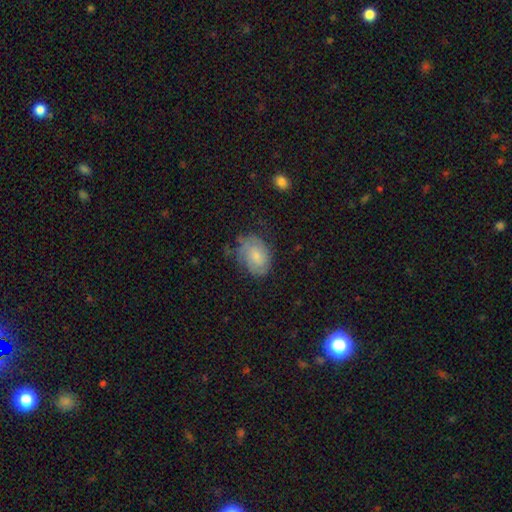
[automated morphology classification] A featured or disk galaxy (48%). Merging: none (61%).